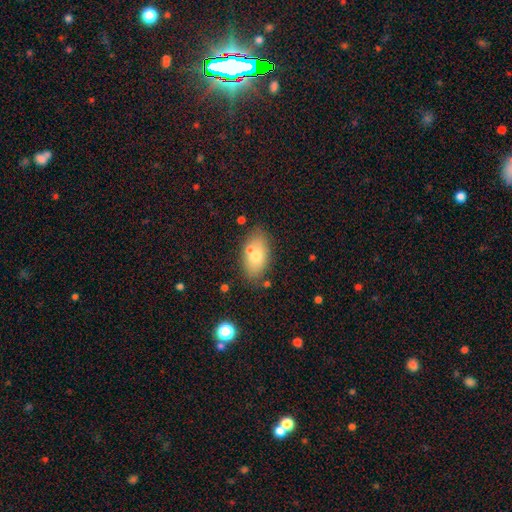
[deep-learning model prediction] Overall: smooth (70%). How rounded: in between (91%). Merging: none (71%).